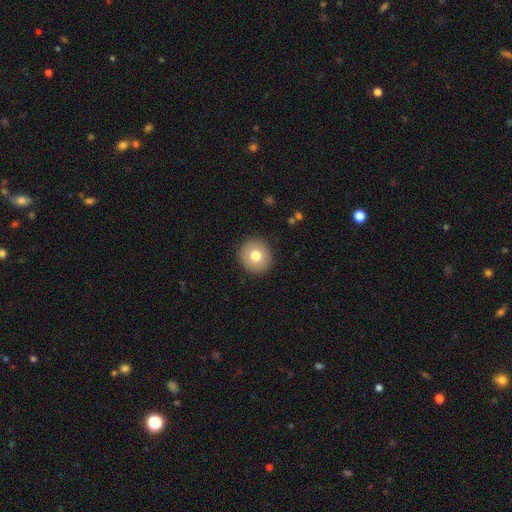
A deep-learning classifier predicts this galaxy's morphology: smooth-or-featured: smooth: 76% | featured or disk: 15% | star or artifact: 9%
  how-rounded: round: 92% | in between: 7% | cigar-shaped: 1%
  merging: none: 92% | minor disturbance: 6% | major disturbance: 2% | merger: 1%